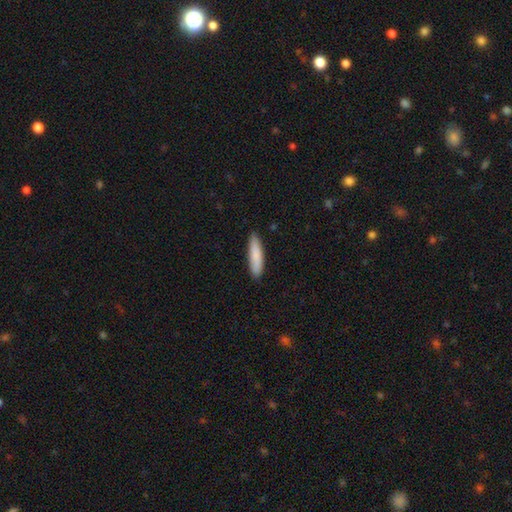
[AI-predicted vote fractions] Q: Smooth or featured?
A: smooth (85%); runner-up: featured or disk (9%)
Q: How rounded?
A: cigar-shaped (77%); runner-up: in between (22%)
Q: Merging?
A: none (88%); runner-up: minor disturbance (10%)